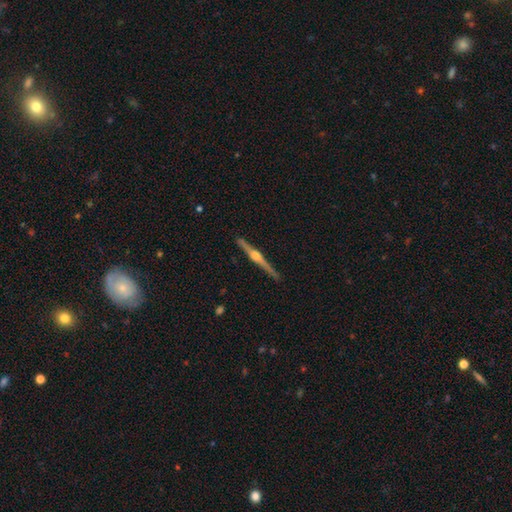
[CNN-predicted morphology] This is clearly a featured or disk galaxy (86%). It is clearly viewed edge-on (99%). Edge-on bulge: clearly rounded (91%). Merging: clearly none (91%).